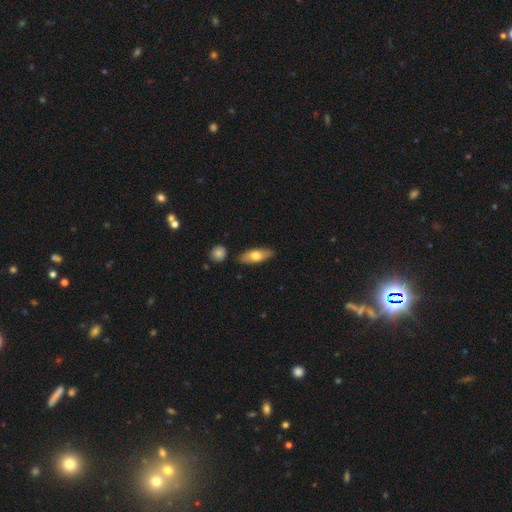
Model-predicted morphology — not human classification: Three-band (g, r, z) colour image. It shows a smooth galaxy with no disk features (67%) that is in between round and cigar-shaped (72%). Merging: none (85%).